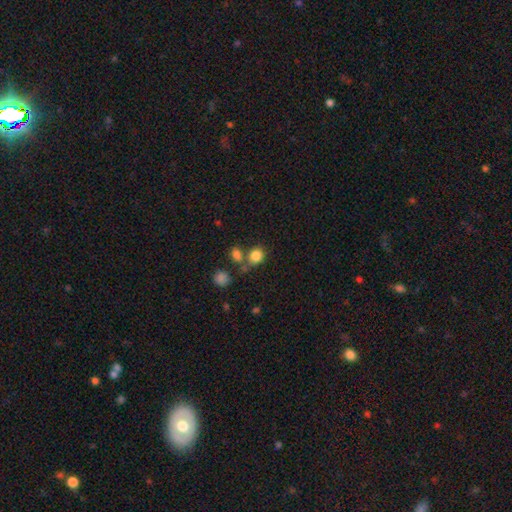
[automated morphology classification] A smooth galaxy with no disk features (82%) that is round (67%). Merging: none (56%).